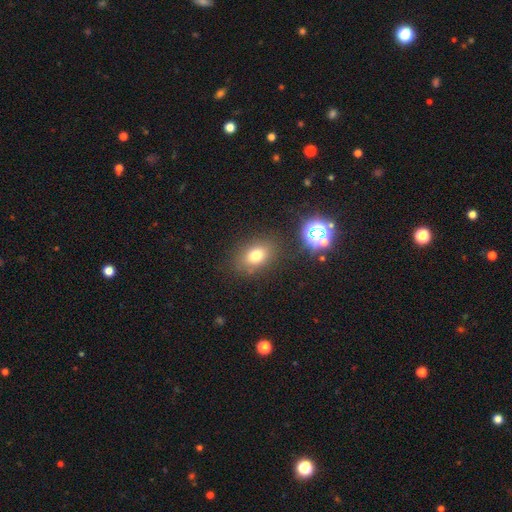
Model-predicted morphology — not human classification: Q: Smooth or featured?
A: smooth (75%); runner-up: star or artifact (15%)
Q: How rounded?
A: in between (72%); runner-up: round (26%)
Q: Merging?
A: none (81%); runner-up: minor disturbance (11%)